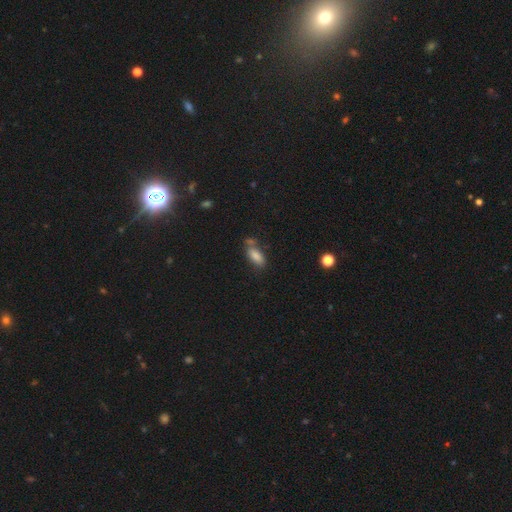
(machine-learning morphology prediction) Smooth or featured? Predicted: smooth (p=0.82). How rounded? Predicted: in between (p=0.78). Merging? Predicted: none (p=0.55).